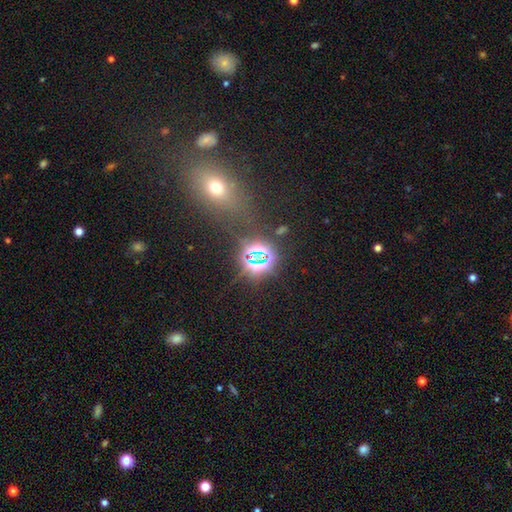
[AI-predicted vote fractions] smooth-or-featured: star or artifact: 52% | smooth: 36% | featured or disk: 12%